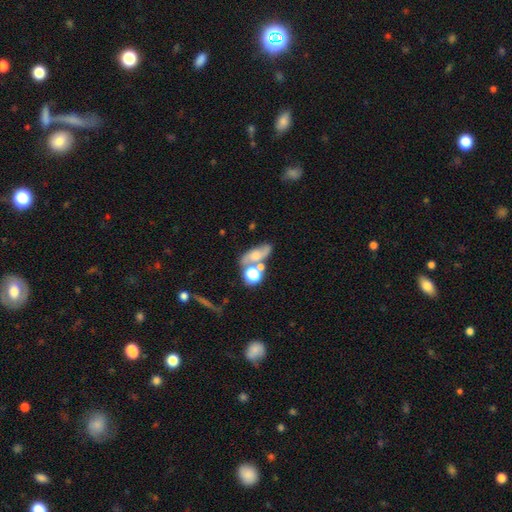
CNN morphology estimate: featured or disk 44%, smooth 40%, star or artifact 16%. Down the decision tree: merging — none (45%).